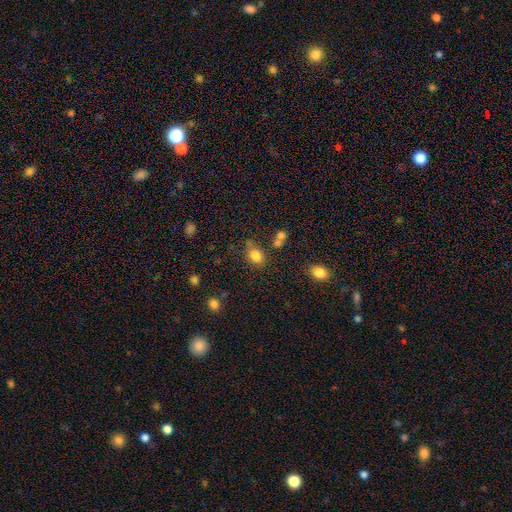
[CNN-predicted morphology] smooth-or-featured: smooth: 81% | star or artifact: 12% | featured or disk: 7%
  how-rounded: in between: 58% | round: 41% | cigar-shaped: 1%
  merging: none: 65% | minor disturbance: 16% | merger: 13% | major disturbance: 6%